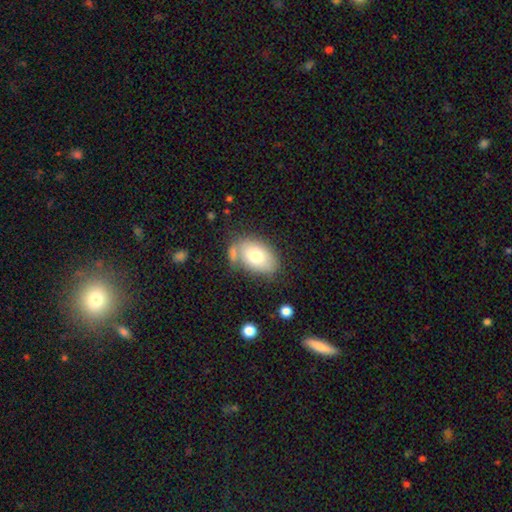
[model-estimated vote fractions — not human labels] Morphology: type=smooth (75%); roundness=in between (87%); merging=none (62%).